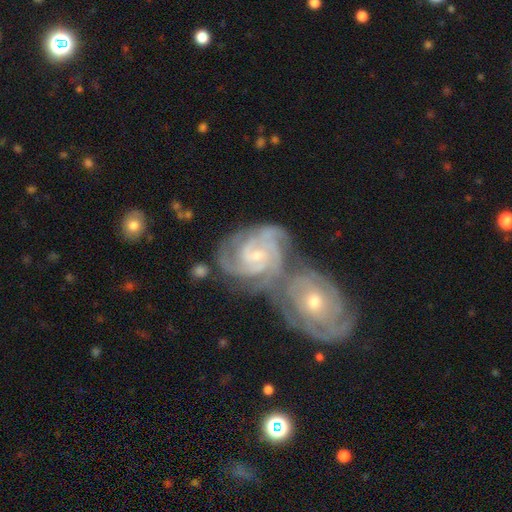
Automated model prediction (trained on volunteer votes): A featured or disk galaxy (90%) with no bar (54%), 3 (41%) tight (65%) spiral arms (98%) and a small central bulge (64%). Merging: merger (50%).